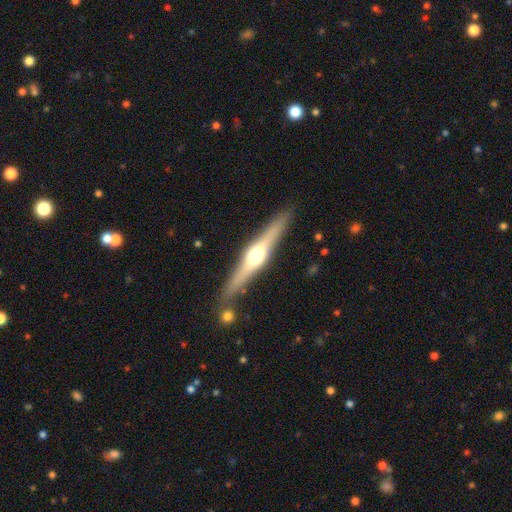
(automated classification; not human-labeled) This appears to be a featured or disk galaxy (70%) viewed edge-on (97%) with a rounded central bulge (93%). Merging: none (86%).